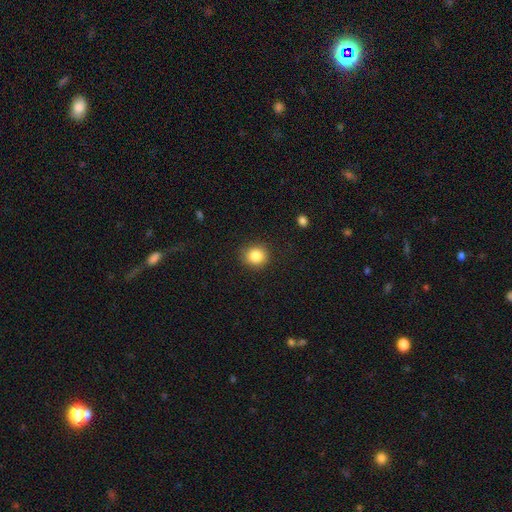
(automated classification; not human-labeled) Q: Smooth or featured?
A: smooth (85%); runner-up: star or artifact (10%)
Q: How rounded?
A: round (84%); runner-up: in between (15%)
Q: Merging?
A: none (87%); runner-up: minor disturbance (9%)